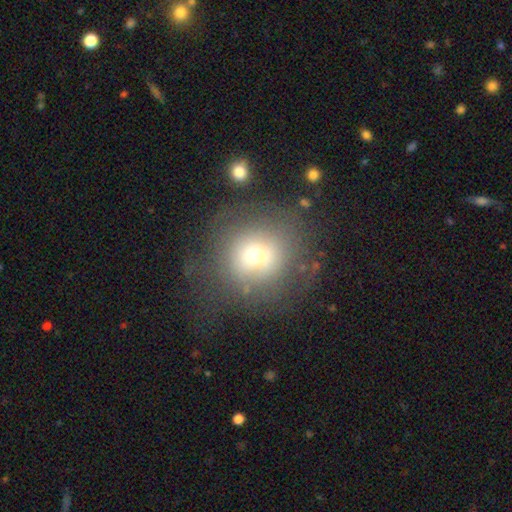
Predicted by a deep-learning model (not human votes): This is likely a smooth galaxy (63%). How rounded: clearly round (89%). Merging: likely none (63%).